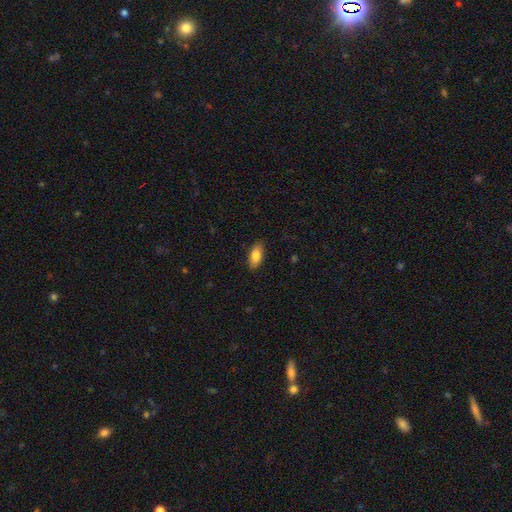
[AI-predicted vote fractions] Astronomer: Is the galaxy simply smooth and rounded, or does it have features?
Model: smooth — 83%.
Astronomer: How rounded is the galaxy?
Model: in between — 88%.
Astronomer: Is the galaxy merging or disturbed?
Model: none — 86%.